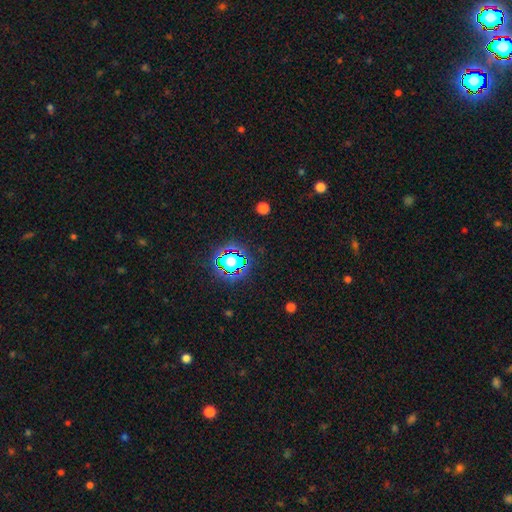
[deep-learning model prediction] Q: Smooth or featured?
A: star or artifact (81%); runner-up: smooth (11%)